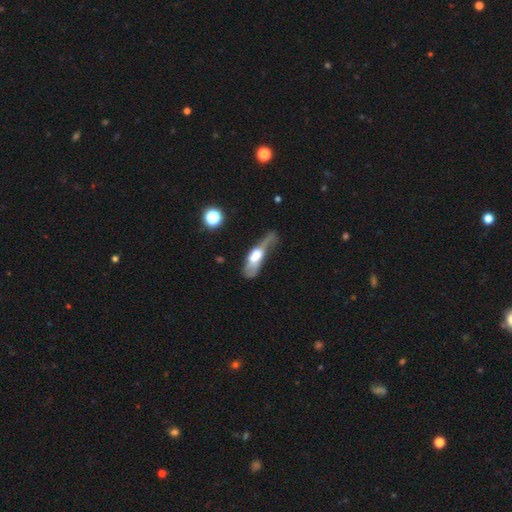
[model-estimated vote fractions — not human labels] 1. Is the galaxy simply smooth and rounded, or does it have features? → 51% featured or disk, 40% smooth, 9% star or artifact.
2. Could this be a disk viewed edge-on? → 59% no, 41% yes.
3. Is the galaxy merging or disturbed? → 43% major disturbance, 23% minor disturbance, 23% none, 11% merger.